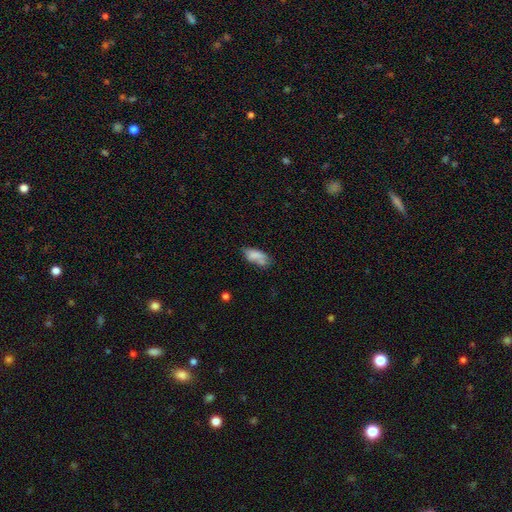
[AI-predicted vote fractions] Smooth or featured: smooth — 75% (featured or disk — 16%)
How rounded: in between — 86% (cigar-shaped — 11%)
Merging: none — 47% (minor disturbance — 28%)